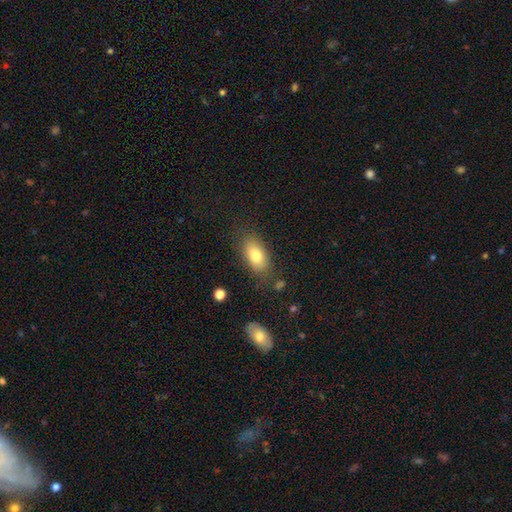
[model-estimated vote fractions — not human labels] A smooth galaxy with no disk features (79%) that is in between round and cigar-shaped (88%). Merging: none (80%).